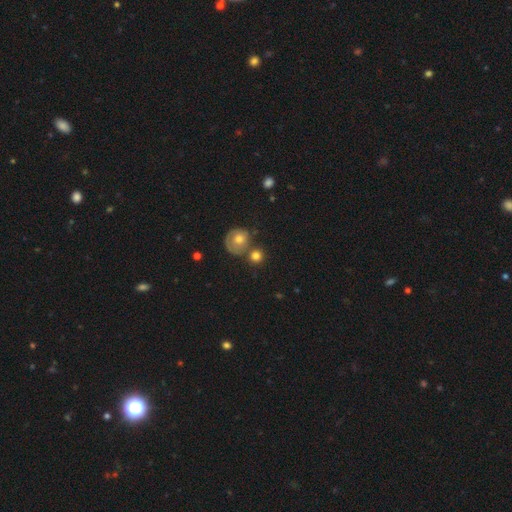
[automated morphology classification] smooth_or_featured: smooth (p=0.75) [alt: featured or disk p=0.15]
how_rounded: round (p=0.89) [alt: in between p=0.10]
merging: none (p=0.61) [alt: merger p=0.25]